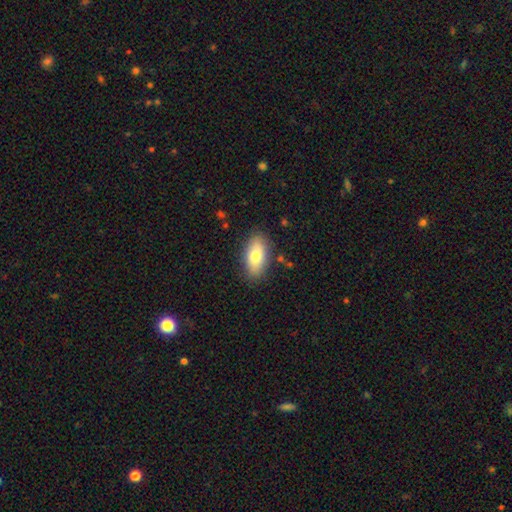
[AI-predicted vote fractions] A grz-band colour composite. It shows a smooth galaxy with no disk features (76%) that is in between round and cigar-shaped (89%). Merging: none (84%).